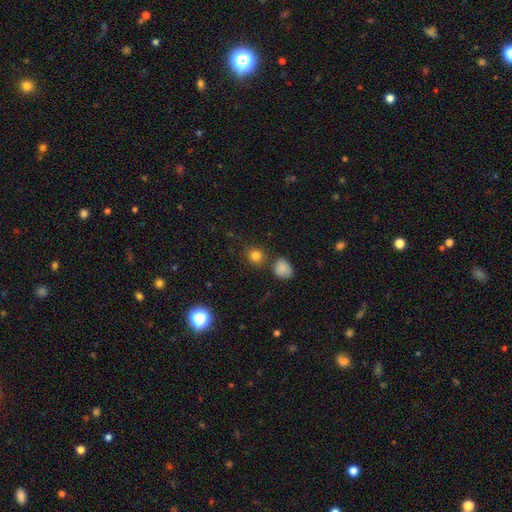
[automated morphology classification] Smooth or featured?
  - smooth: 82% *
  - star or artifact: 13%
  - featured or disk: 5%
How rounded?
  - round: 82% *
  - in between: 17%
  - cigar-shaped: 1%
Merging?
  - none: 76% *
  - merger: 10%
  - minor disturbance: 10%
  - major disturbance: 3%